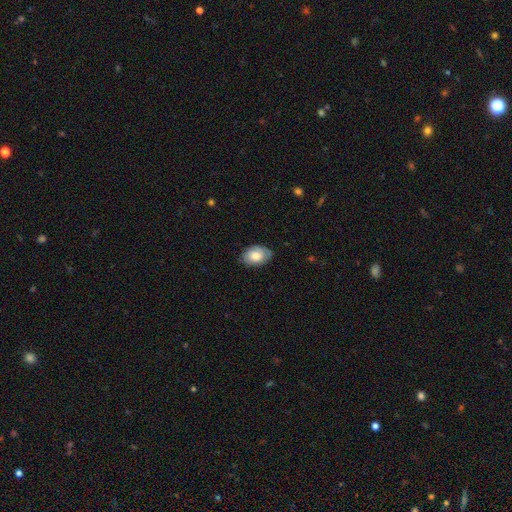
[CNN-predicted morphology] smooth 73%, featured or disk 20%, star or artifact 7%. Down the decision tree: how rounded — in between (86%); merging — none (73%).